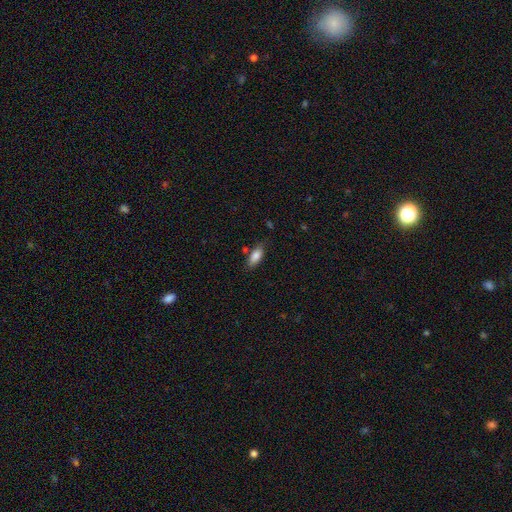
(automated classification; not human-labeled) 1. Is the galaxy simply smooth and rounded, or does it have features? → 84% smooth, 9% featured or disk, 7% star or artifact.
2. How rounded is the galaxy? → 83% in between, 15% cigar-shaped, 2% round.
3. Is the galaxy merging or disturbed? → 74% none, 18% minor disturbance, 5% merger, 4% major disturbance.